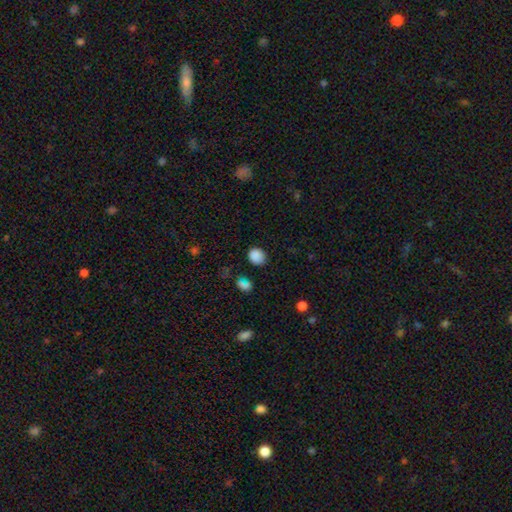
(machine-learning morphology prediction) smooth 84%, star or artifact 12%, featured or disk 4%. Down the decision tree: how rounded — round (79%); merging — none (80%).